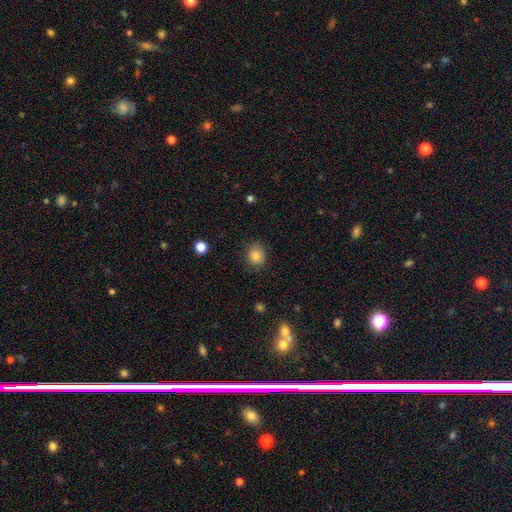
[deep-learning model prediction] Morphology: type=smooth (83%); roundness=round (77%); merging=none (79%).